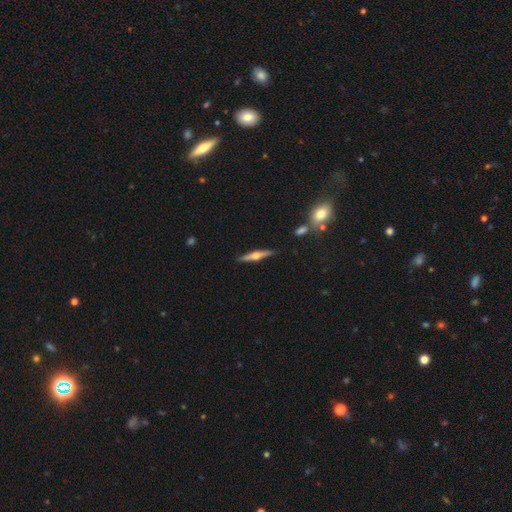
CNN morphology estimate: smooth_or_featured: featured or disk (p=0.67) [alt: smooth p=0.27]
disk_edge_on: yes (p=0.97) [alt: no p=0.03]
edge_on_bulge: rounded (p=0.93) [alt: boxy p=0.04]
merging: none (p=0.89) [alt: minor disturbance p=0.07]